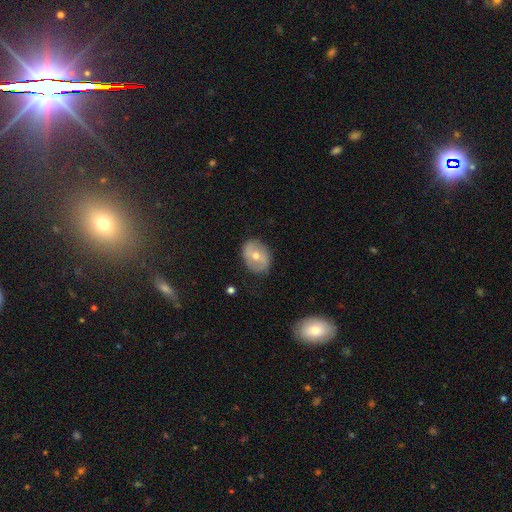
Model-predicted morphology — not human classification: Smooth or featured: featured or disk — 48% (smooth — 43%)
Merging: none — 83% (minor disturbance — 13%)